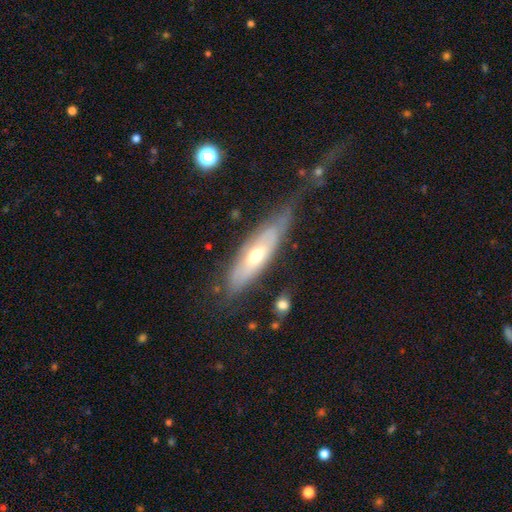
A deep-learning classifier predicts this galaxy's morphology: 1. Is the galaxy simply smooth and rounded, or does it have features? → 60% featured or disk, 34% smooth, 6% star or artifact.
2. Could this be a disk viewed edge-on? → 55% no, 45% yes.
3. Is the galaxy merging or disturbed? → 55% none, 29% minor disturbance, 13% major disturbance, 2% merger.